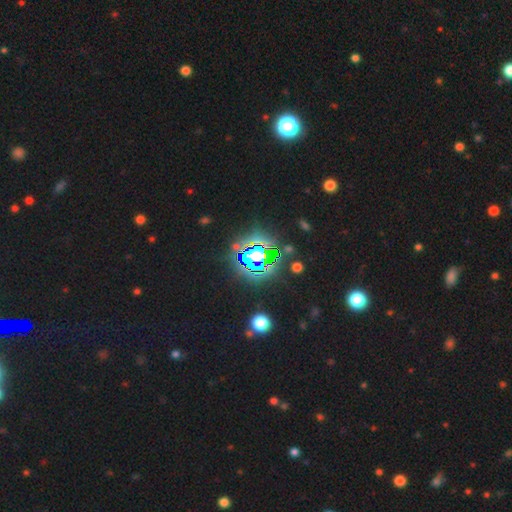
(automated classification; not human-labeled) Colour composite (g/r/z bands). It shows a star or artifact, not a galaxy (75%).